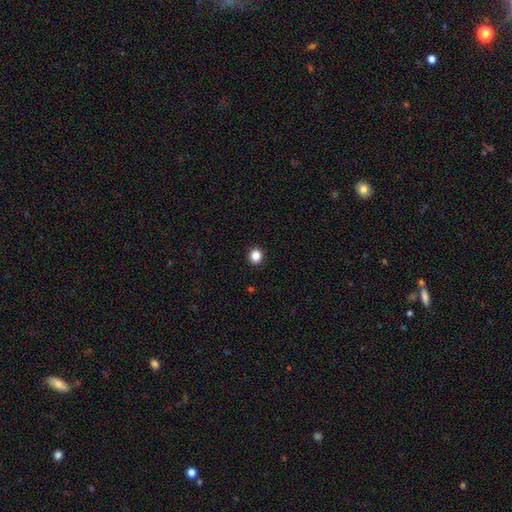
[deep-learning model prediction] Q: Smooth or featured?
A: smooth (87%); runner-up: star or artifact (11%)
Q: How rounded?
A: round (84%); runner-up: in between (15%)
Q: Merging?
A: none (93%); runner-up: minor disturbance (5%)